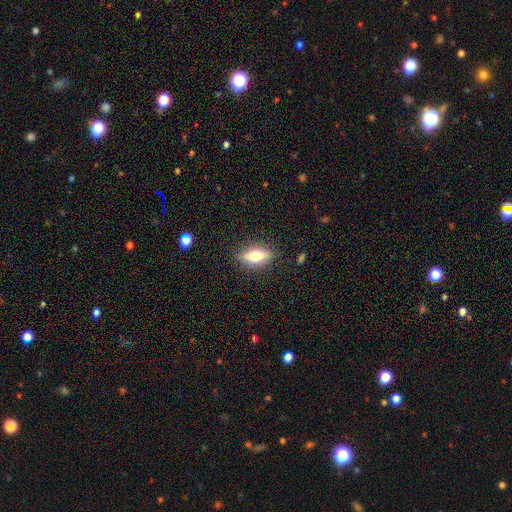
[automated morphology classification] Overall: smooth (58%; featured or disk 34%). How rounded: in between (71%). Merging: none (85%).